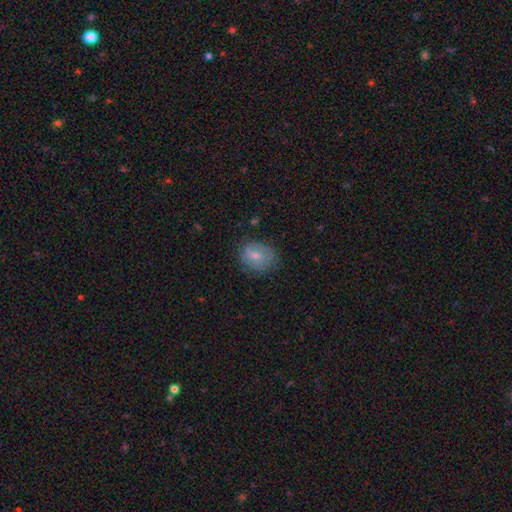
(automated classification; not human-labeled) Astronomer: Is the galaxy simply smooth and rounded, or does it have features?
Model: smooth — 52% (runner-up: featured or disk, 39%).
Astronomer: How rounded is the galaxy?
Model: in between — 52% (runner-up: round, 47%).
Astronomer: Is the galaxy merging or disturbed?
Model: none — 69%.